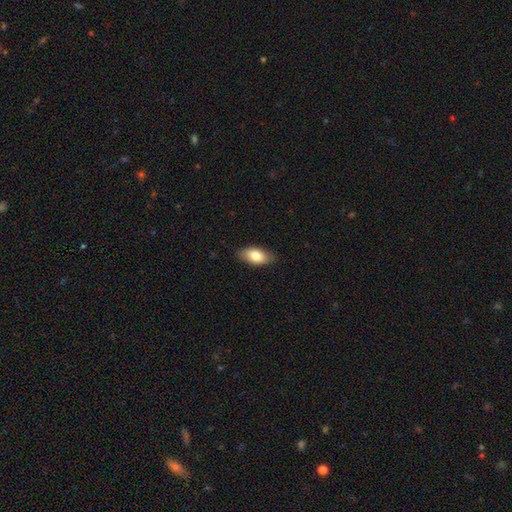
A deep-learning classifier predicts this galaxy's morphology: This appears to be a smooth galaxy with no disk features (82%) that is in between round and cigar-shaped (91%). Merging: none (85%).